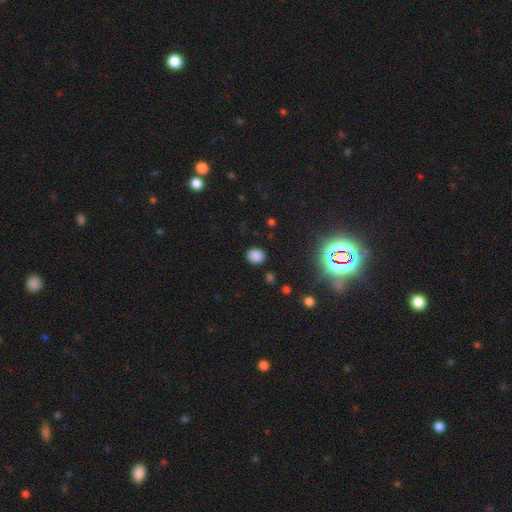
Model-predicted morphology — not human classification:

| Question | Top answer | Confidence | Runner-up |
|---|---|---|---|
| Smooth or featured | smooth | 81% | star or artifact (16%) |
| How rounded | round | 65% | in between (34%) |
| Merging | none | 87% | minor disturbance (9%) |